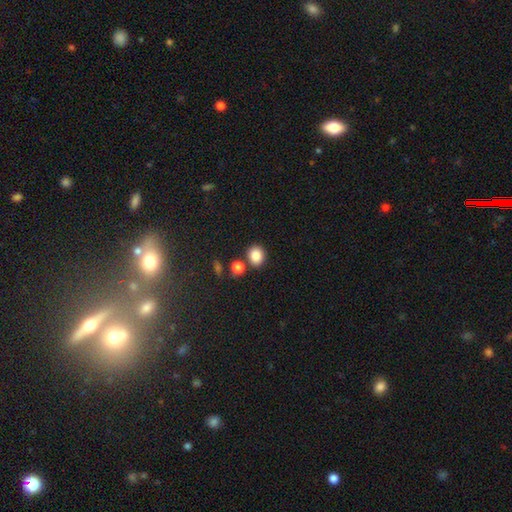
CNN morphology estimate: type=smooth (85%); roundness=round (69%); merging=none (77%).